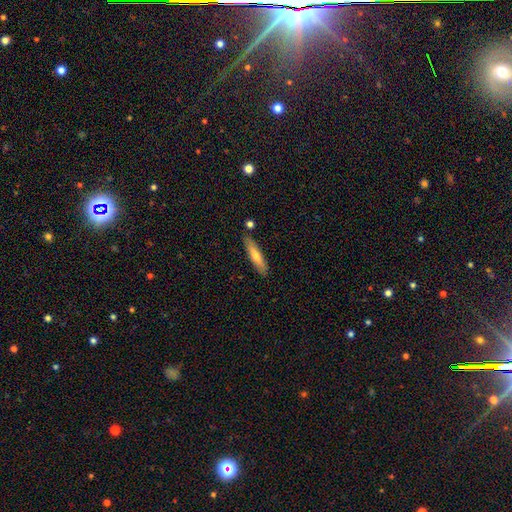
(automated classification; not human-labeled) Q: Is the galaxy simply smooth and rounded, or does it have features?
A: smooth — 61%.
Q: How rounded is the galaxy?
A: cigar-shaped — 81%.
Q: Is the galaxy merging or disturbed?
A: none — 83%.